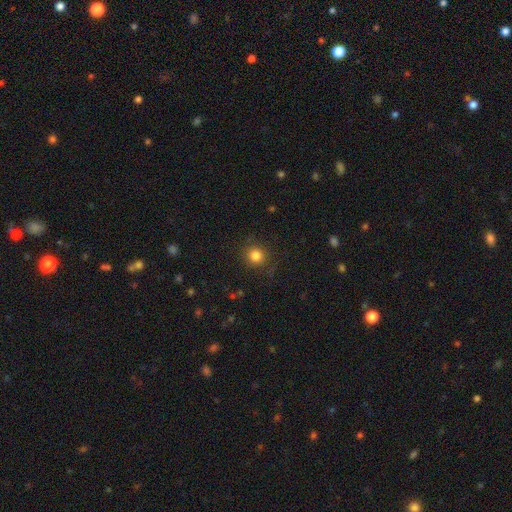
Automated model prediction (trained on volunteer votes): smooth-or-featured: smooth: 83% | star or artifact: 12% | featured or disk: 5%
  how-rounded: round: 90% | in between: 9% | cigar-shaped: 1%
  merging: none: 86% | minor disturbance: 9% | major disturbance: 4% | merger: 1%